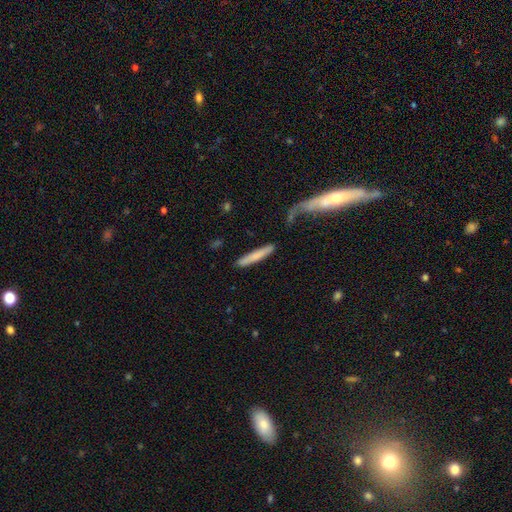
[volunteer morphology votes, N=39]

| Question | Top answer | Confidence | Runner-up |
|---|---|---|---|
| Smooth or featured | smooth | 59% | featured or disk (36%) |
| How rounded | cigar-shaped | 96% | in between (4%) |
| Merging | none | 65% | minor disturbance (16%) |